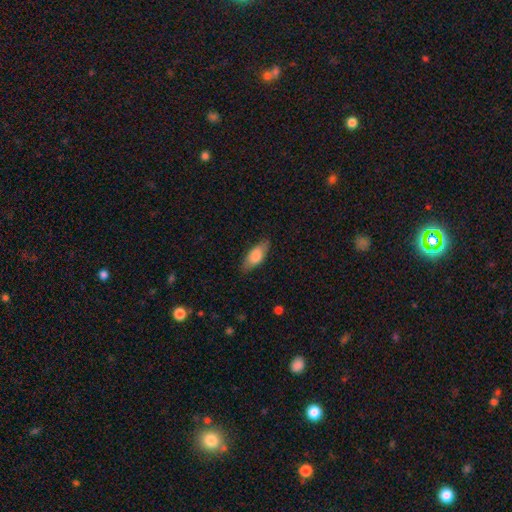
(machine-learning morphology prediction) Overall: smooth (77%). How rounded: in between (78%). Merging: none (82%).